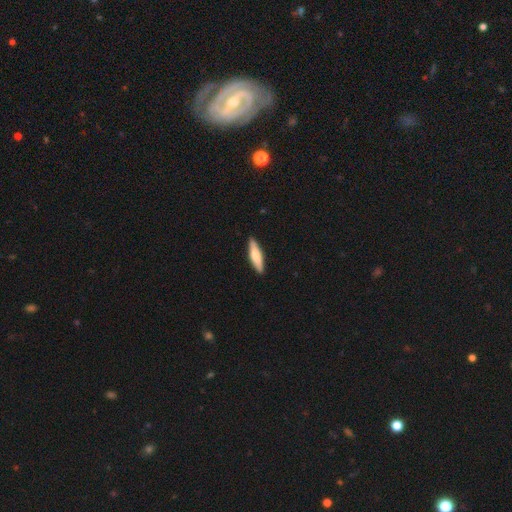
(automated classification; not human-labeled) Q: Smooth or featured?
A: smooth (63%); runner-up: featured or disk (32%)
Q: How rounded?
A: cigar-shaped (72%); runner-up: in between (26%)
Q: Merging?
A: none (90%); runner-up: minor disturbance (7%)